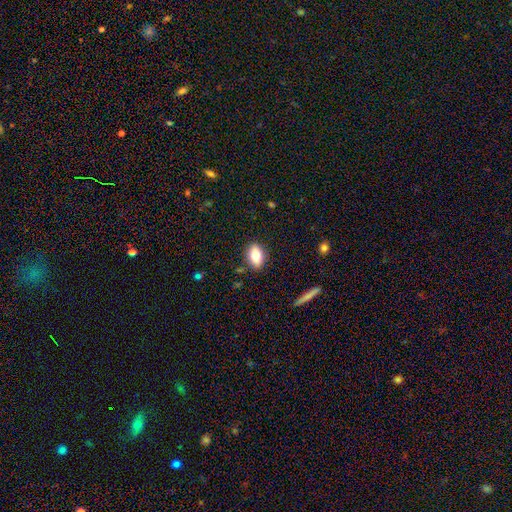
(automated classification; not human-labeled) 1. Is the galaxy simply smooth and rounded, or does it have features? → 78% smooth, 14% featured or disk, 8% star or artifact.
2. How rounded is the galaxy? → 86% in between, 10% round, 4% cigar-shaped.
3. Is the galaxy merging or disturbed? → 85% none, 11% minor disturbance, 2% major disturbance, 2% merger.